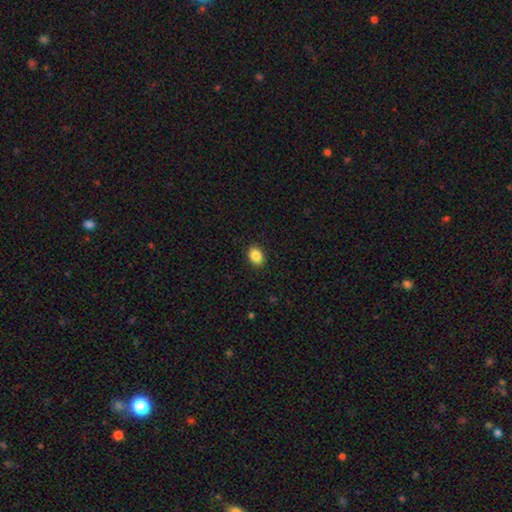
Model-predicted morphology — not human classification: type=smooth (88%); roundness=in between (73%); merging=none (91%).